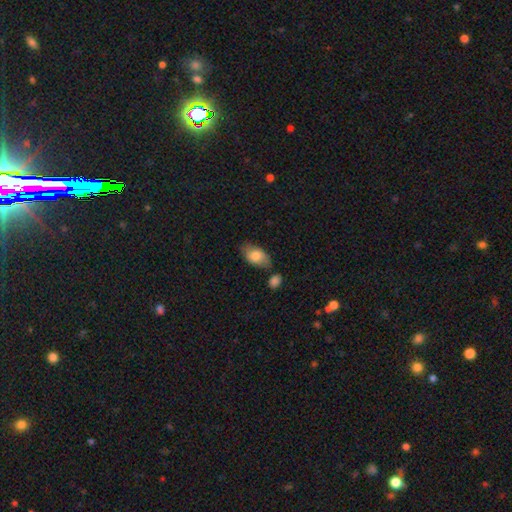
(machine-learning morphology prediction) A smooth galaxy with no disk features (80%) that is in between round and cigar-shaped (92%).

Vote fractions:
- Smooth or featured? smooth: 80% / featured or disk: 13% / star or artifact: 7%
- How rounded? in between: 92% / round: 6% / cigar-shaped: 2%
- Merging? none: 68% / minor disturbance: 19% / merger: 9% / major disturbance: 5%